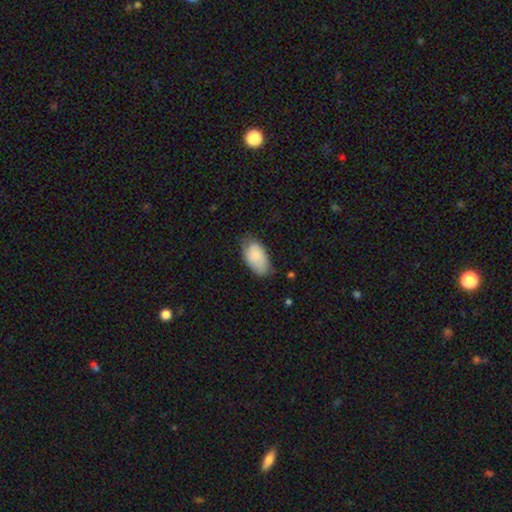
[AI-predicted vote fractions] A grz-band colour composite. It shows a smooth galaxy with no disk features (83%) that is in between round and cigar-shaped (94%). Merging: none (59%).